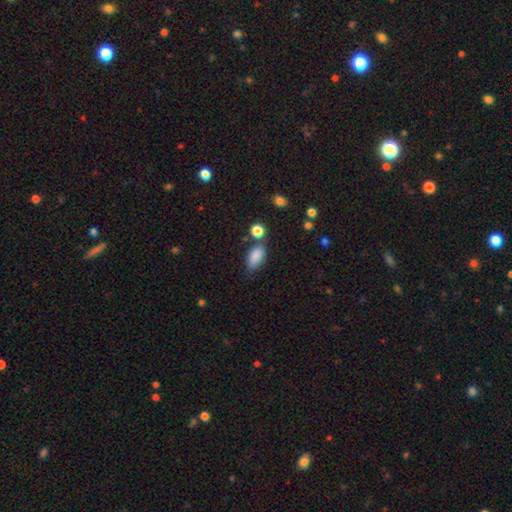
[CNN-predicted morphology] A smooth galaxy with no disk features (87%) that is in between round and cigar-shaped (91%). Merging: none (67%).